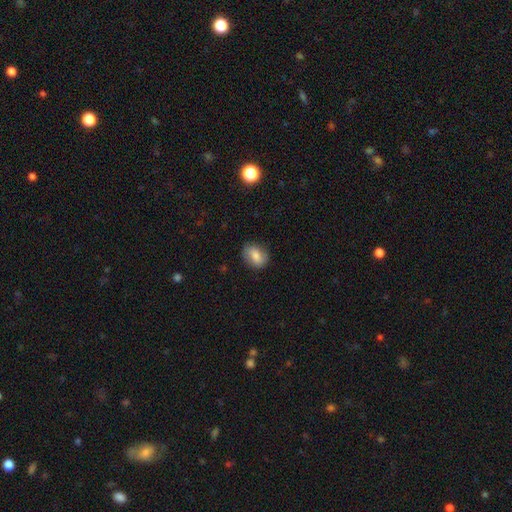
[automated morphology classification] type=smooth (78%); roundness=in between (67%); merging=none (81%).